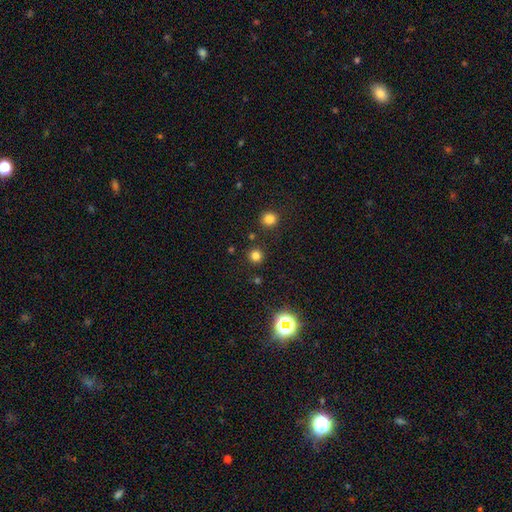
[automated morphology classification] Q: Smooth or featured?
A: smooth (76%); runner-up: star or artifact (19%)
Q: How rounded?
A: round (94%); runner-up: in between (5%)
Q: Merging?
A: none (88%); runner-up: minor disturbance (6%)